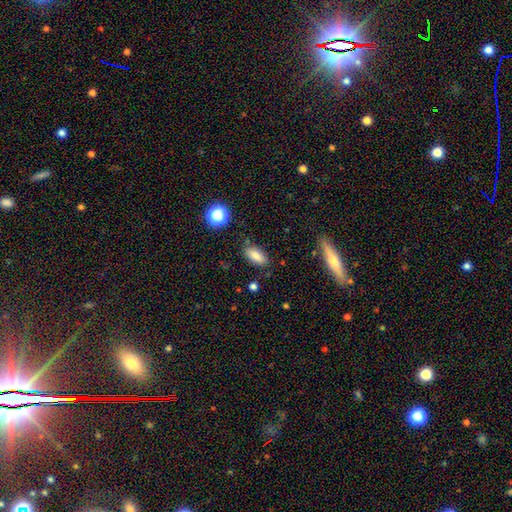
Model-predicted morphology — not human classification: This is clearly a smooth galaxy (83%). How rounded: clearly in between (82%). Merging: clearly none (82%).